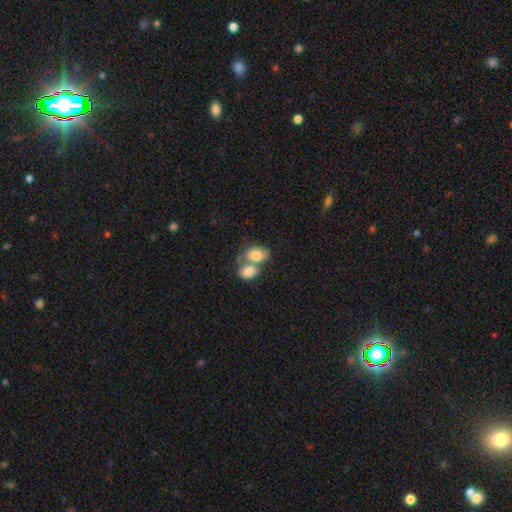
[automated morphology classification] This is likely a smooth galaxy (80%). How rounded: likely in between (78%). Merging: likely merger (64%).